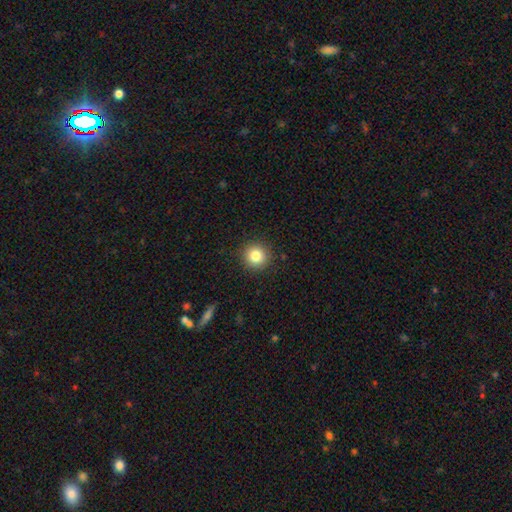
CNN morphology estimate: A smooth galaxy with no disk features (83%) that is round (94%). Merging: none (91%).